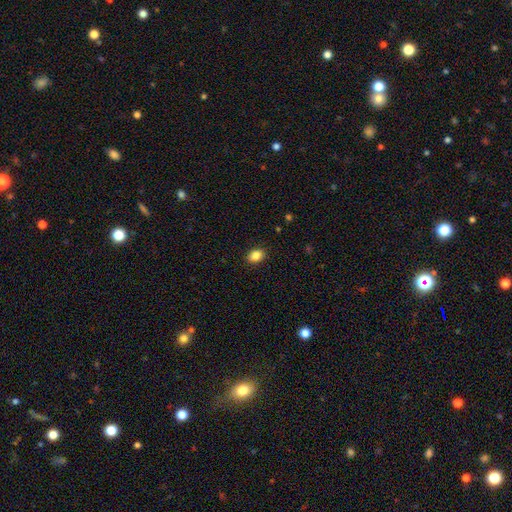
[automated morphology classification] Smooth or featured? smooth (86%)
How rounded? in between (67%)
Merging? none (90%)